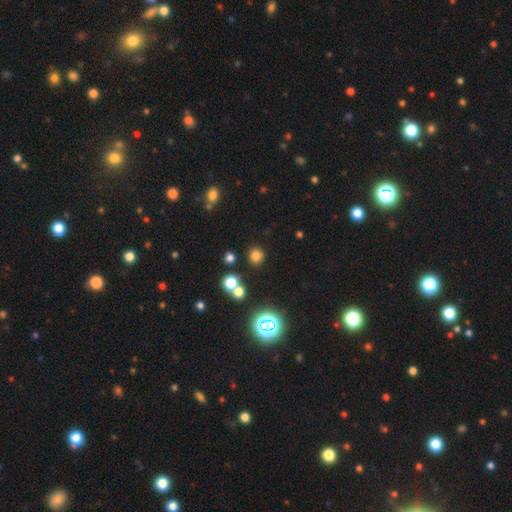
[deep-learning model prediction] Overall: smooth (73%). How rounded: round (89%). Merging: none (84%).